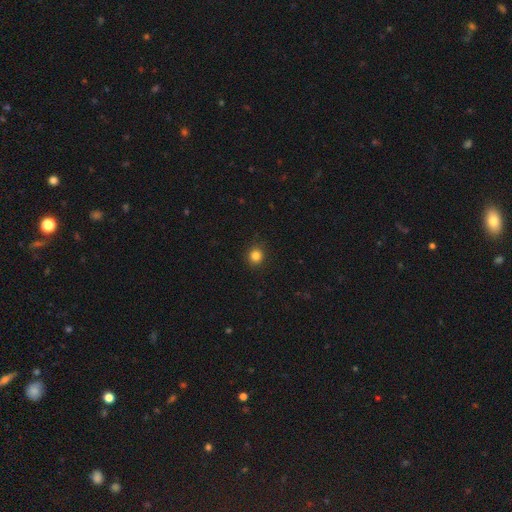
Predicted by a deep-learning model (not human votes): Morphology: type=smooth (84%); roundness=round (91%); merging=none (90%).